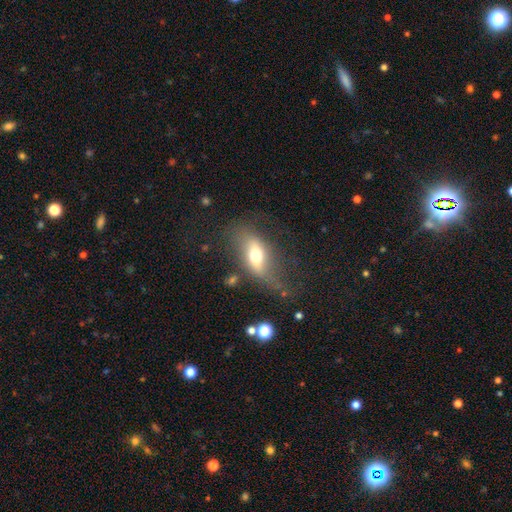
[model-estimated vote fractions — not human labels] Q: Smooth or featured?
A: smooth (46%); runner-up: featured or disk (45%)
Q: Merging?
A: none (46%); runner-up: minor disturbance (25%)